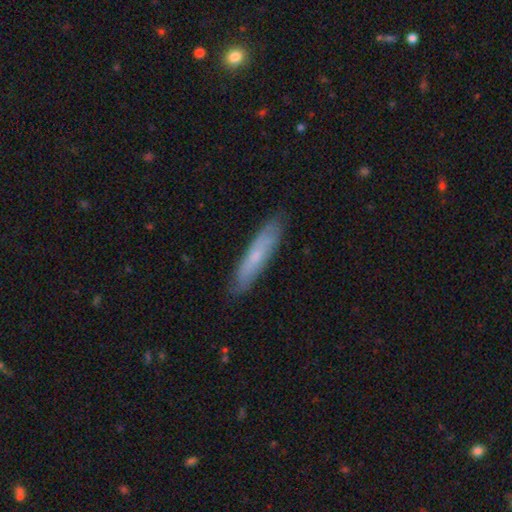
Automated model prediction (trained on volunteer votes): smooth_or_featured: smooth (p=0.58) [alt: featured or disk p=0.36]
how_rounded: cigar-shaped (p=0.84) [alt: in between p=0.14]
merging: none (p=0.84) [alt: minor disturbance p=0.13]